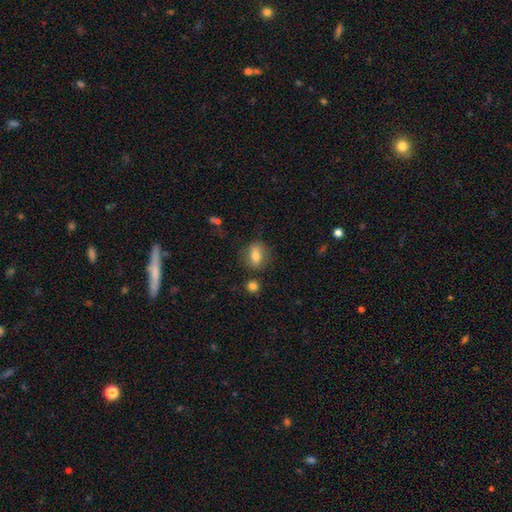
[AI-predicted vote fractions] smooth_or_featured: smooth (p=0.72) [alt: featured or disk p=0.19]
how_rounded: in between (p=0.57) [alt: round p=0.39]
merging: none (p=0.78) [alt: minor disturbance p=0.14]